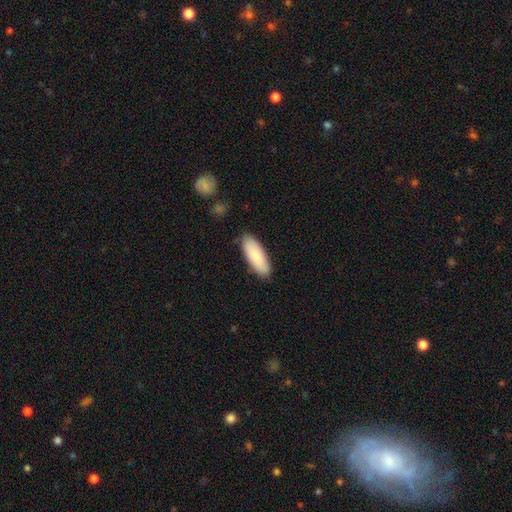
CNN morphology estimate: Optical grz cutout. It shows a smooth galaxy with no disk features (80%) that is in between round and cigar-shaped (74%). Merging: none (84%).